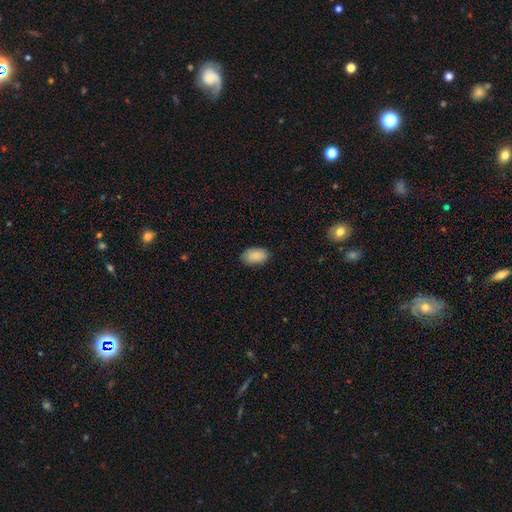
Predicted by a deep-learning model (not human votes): This appears to be a smooth galaxy with no disk features (89%) that is in between round and cigar-shaped (93%). Merging: none (84%).